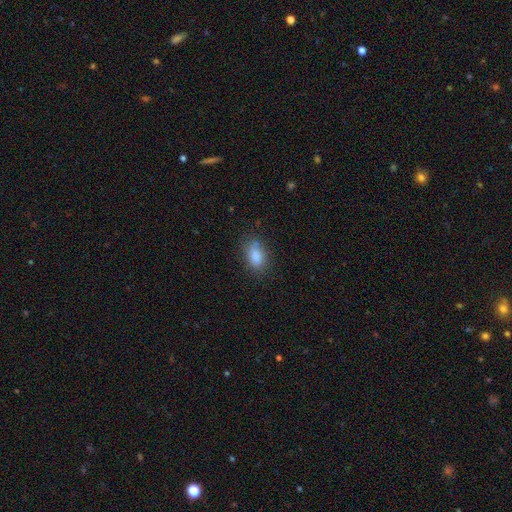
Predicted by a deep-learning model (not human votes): Smooth or featured: smooth — 85% (star or artifact — 9%)
How rounded: in between — 87% (round — 10%)
Merging: none — 73% (minor disturbance — 18%)